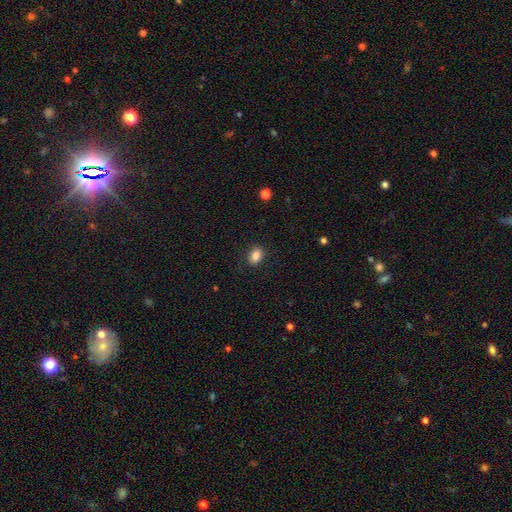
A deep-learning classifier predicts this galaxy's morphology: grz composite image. It shows a smooth galaxy with no disk features (86%) that is in between round and cigar-shaped (69%). Merging: none (87%).